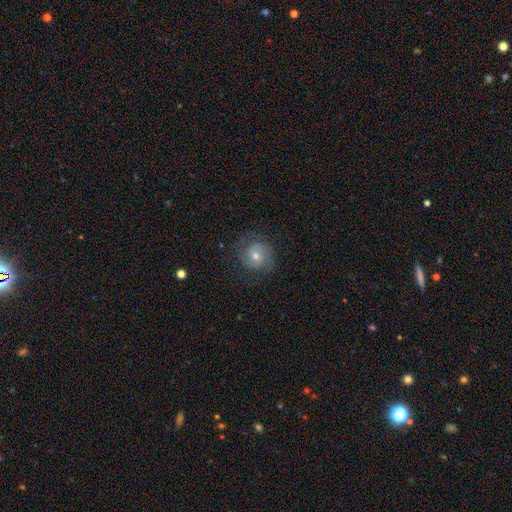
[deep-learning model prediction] A featured or disk galaxy (56%) with no bar (57%), spiral arms (84%) and a moderate central bulge (63%). Merging: none (73%).